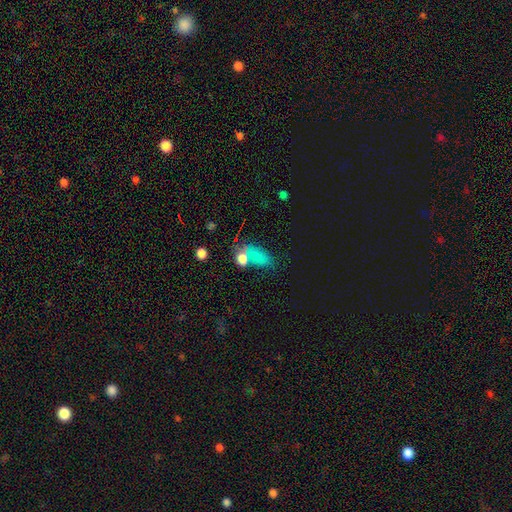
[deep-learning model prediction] Morphology: type=smooth (64%); roundness=in between (75%); merging=none (50%).